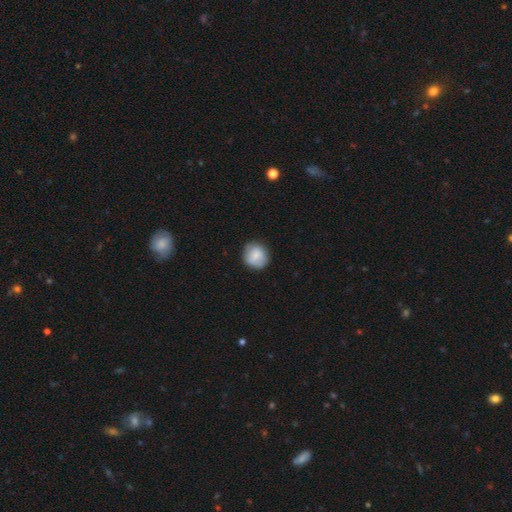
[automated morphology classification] A smooth galaxy with no disk features (80%) that is round (86%). Merging: none (79%).